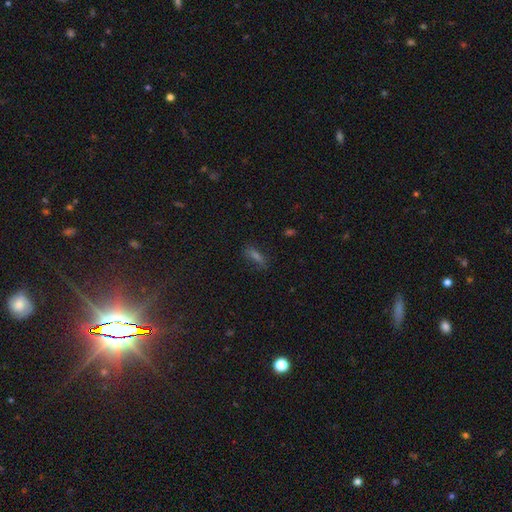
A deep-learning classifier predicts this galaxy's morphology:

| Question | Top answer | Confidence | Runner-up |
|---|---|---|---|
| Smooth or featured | smooth | 49% | star or artifact (32%) |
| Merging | none | 76% | minor disturbance (15%) |